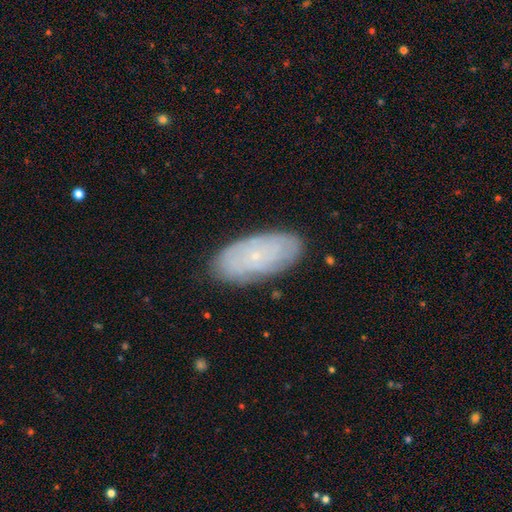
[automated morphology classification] smooth_or_featured: featured or disk (p=0.50) [alt: smooth p=0.40]
disk_edge_on: no (p=0.89) [alt: yes p=0.11]
merging: none (p=0.85) [alt: minor disturbance p=0.12]